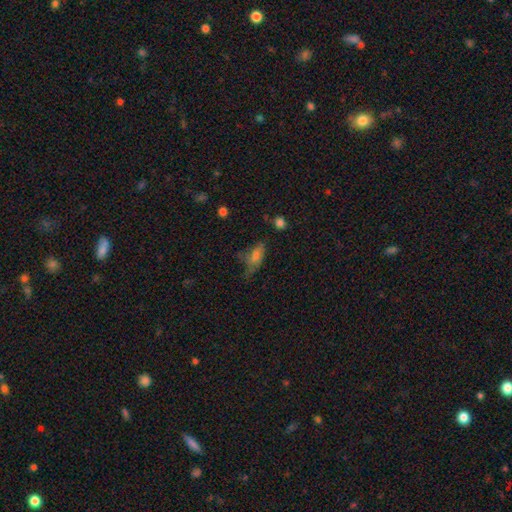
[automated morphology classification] A smooth galaxy with no disk features (57%) that is in between round and cigar-shaped (73%). Merging: none (40%).